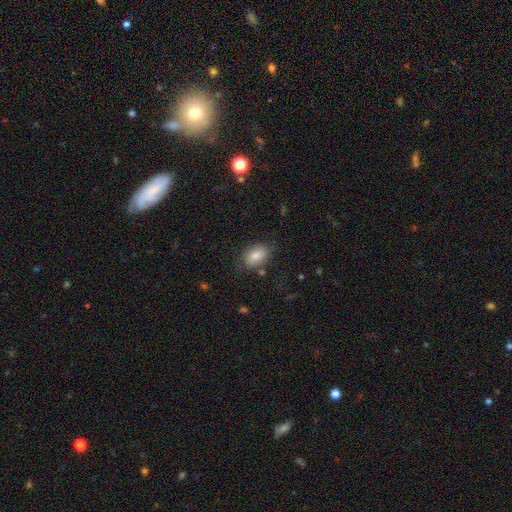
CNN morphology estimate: The model was most divided on "merging": none: 73%, minor disturbance: 18%, major disturbance: 5%, merger: 3%. More confident: how rounded — in between (86%); smooth or featured — smooth (78%).